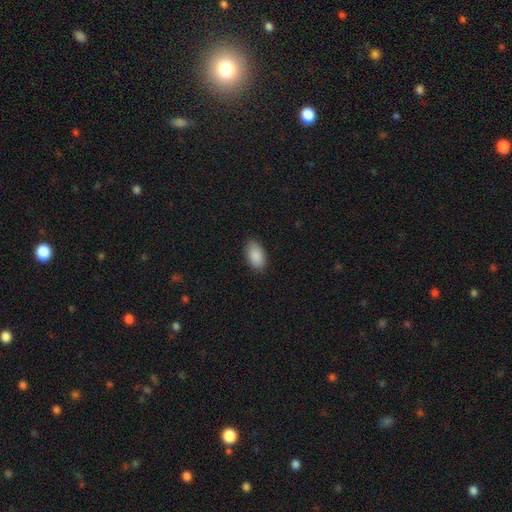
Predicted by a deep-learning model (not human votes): Smooth or featured? smooth (90%)
How rounded? in between (94%)
Merging? none (88%)